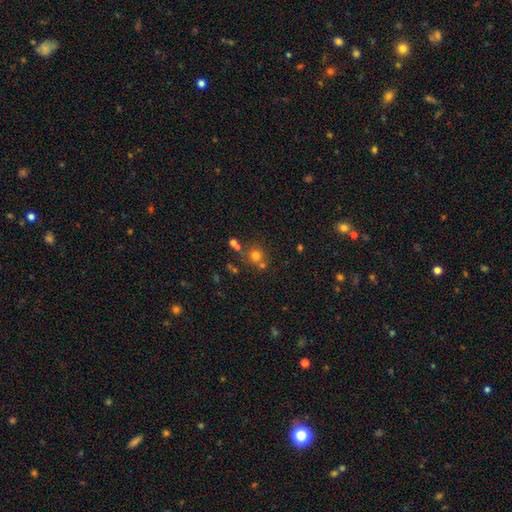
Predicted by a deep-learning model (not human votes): Smooth or featured?
  - smooth: 70% *
  - star or artifact: 19%
  - featured or disk: 10%
How rounded?
  - round: 88% *
  - in between: 11%
  - cigar-shaped: 1%
Merging?
  - none: 66% *
  - merger: 21%
  - minor disturbance: 9%
  - major disturbance: 4%